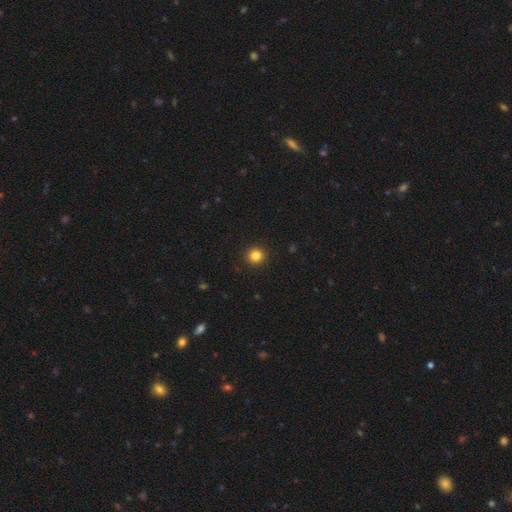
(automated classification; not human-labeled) Smooth or featured: smooth — 84% (star or artifact — 12%)
How rounded: round — 93% (in between — 6%)
Merging: none — 93% (minor disturbance — 4%)